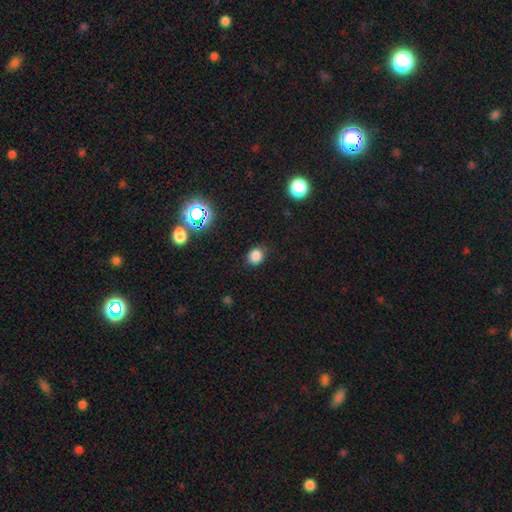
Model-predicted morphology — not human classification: smooth 81%, star or artifact 15%, featured or disk 4%. Down the decision tree: how rounded — round (70%); merging — none (84%).